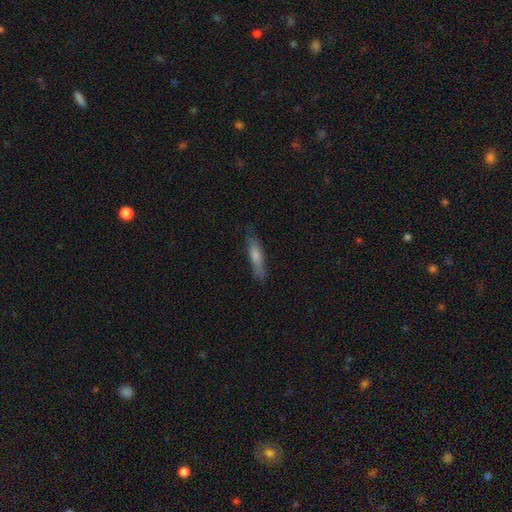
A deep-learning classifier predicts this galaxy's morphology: A smooth galaxy with no disk features (70%) that is cigar-shaped (79%).

Vote fractions:
- Smooth or featured? smooth: 70% / featured or disk: 24% / star or artifact: 6%
- How rounded? cigar-shaped: 79% / in between: 19% / round: 2%
- Merging? none: 79% / minor disturbance: 16% / major disturbance: 3% / merger: 1%